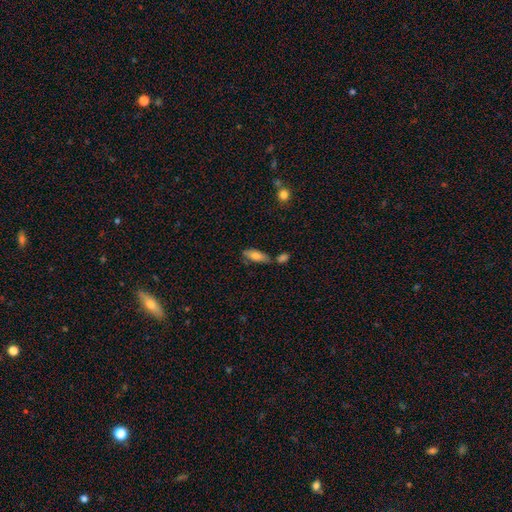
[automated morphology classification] The model was most divided on "how rounded": in between: 70%, cigar-shaped: 28%, round: 2%. More confident: smooth or featured — smooth (74%); merging — none (62%).